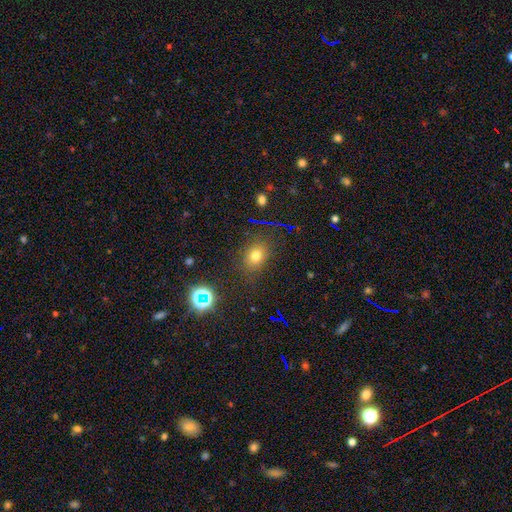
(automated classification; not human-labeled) Smooth or featured: smooth — 68% (star or artifact — 22%)
How rounded: in between — 51% (round — 48%)
Merging: none — 82% (minor disturbance — 12%)